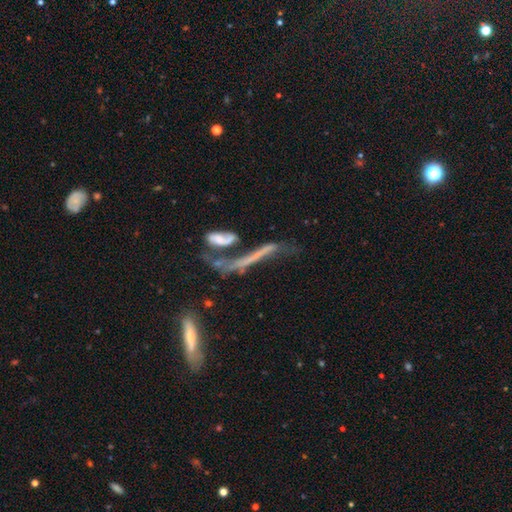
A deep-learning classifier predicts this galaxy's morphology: Smooth or featured?
  - featured or disk: 53% *
  - smooth: 28%
  - star or artifact: 19%
Edge-on disk?
  - yes: 59% *
  - no: 41%
Merging?
  - merger: 35% *
  - none: 31%
  - major disturbance: 21%
  - minor disturbance: 13%